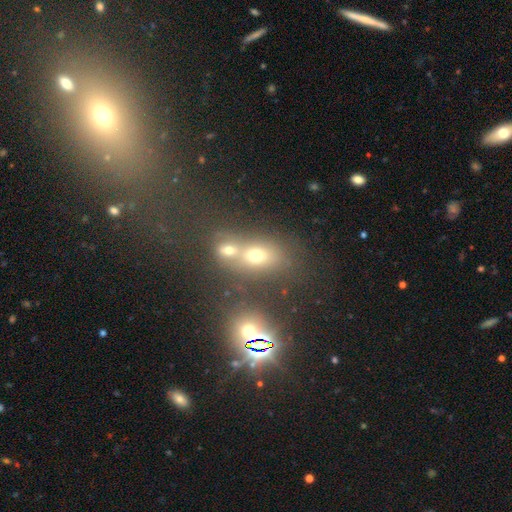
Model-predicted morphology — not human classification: smooth_or_featured: smooth (p=0.55) [alt: star or artifact p=0.28]
how_rounded: in between (p=0.55) [alt: round p=0.41]
merging: merger (p=0.50) [alt: none p=0.36]